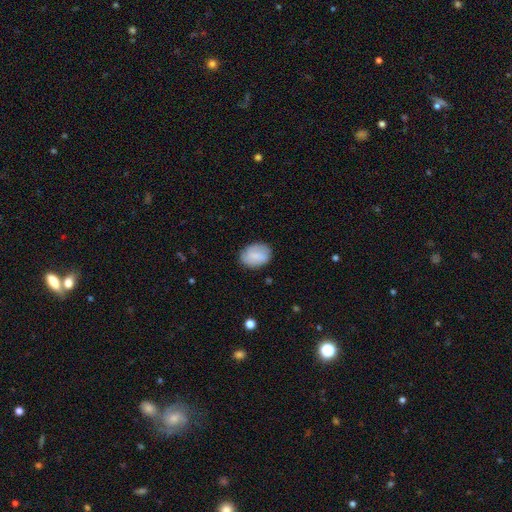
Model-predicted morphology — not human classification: Smooth or featured? smooth (74%)
How rounded? in between (78%)
Merging? none (79%)